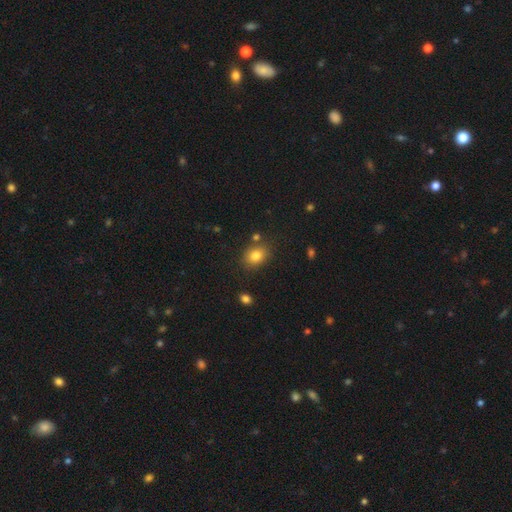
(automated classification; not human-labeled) A smooth galaxy with no disk features (82%) that is in between round and cigar-shaped (63%).

Vote fractions:
- Smooth or featured? smooth: 82% / star or artifact: 10% / featured or disk: 8%
- How rounded? in between: 63% / round: 36% / cigar-shaped: 1%
- Merging? none: 78% / minor disturbance: 12% / merger: 6% / major disturbance: 4%